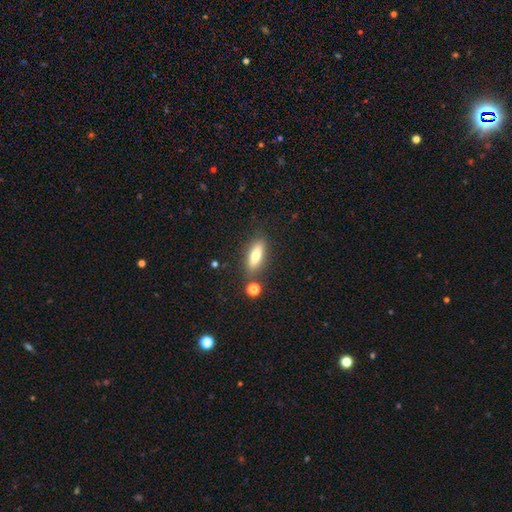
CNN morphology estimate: A smooth galaxy with no disk features (72%) that is in between round and cigar-shaped (61%).

Vote fractions:
- Smooth or featured? smooth: 72% / featured or disk: 21% / star or artifact: 8%
- How rounded? in between: 61% / cigar-shaped: 36% / round: 3%
- Merging? none: 79% / minor disturbance: 12% / merger: 6% / major disturbance: 3%